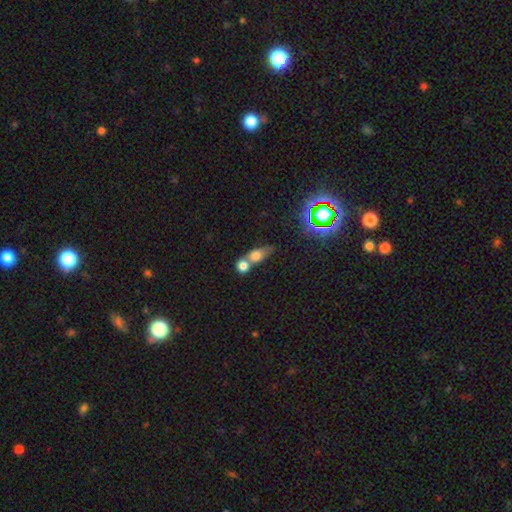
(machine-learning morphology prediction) smooth-or-featured: smooth: 69% | featured or disk: 15% | star or artifact: 15%
  how-rounded: round: 49% | in between: 43% | cigar-shaped: 8%
  merging: merger: 63% | none: 25% | minor disturbance: 7% | major disturbance: 5%